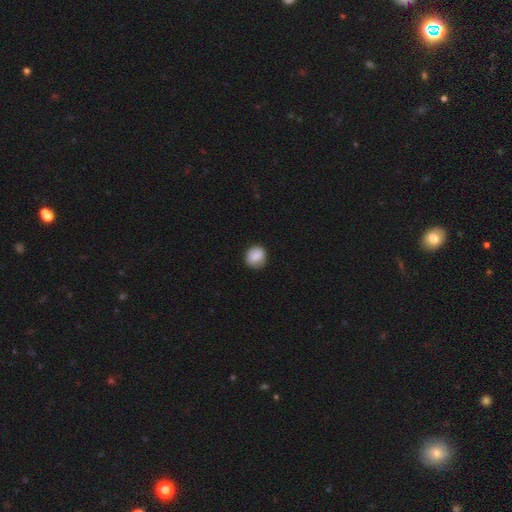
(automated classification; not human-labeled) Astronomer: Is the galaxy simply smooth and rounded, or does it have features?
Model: smooth — 86%.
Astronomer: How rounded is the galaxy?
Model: round — 82%.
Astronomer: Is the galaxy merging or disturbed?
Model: none — 82%.